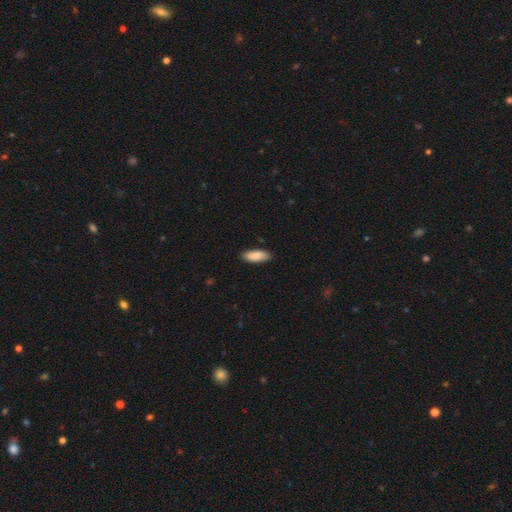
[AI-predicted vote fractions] Overall: smooth (88%). How rounded: in between (73%). Merging: none (87%).